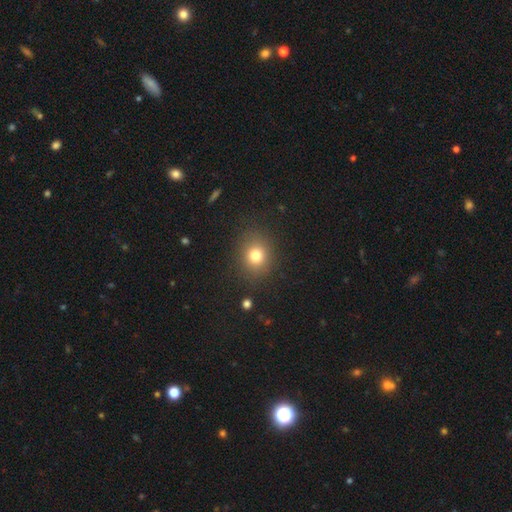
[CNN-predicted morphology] Overall: smooth (78%). How rounded: round (70%). Merging: none (85%).